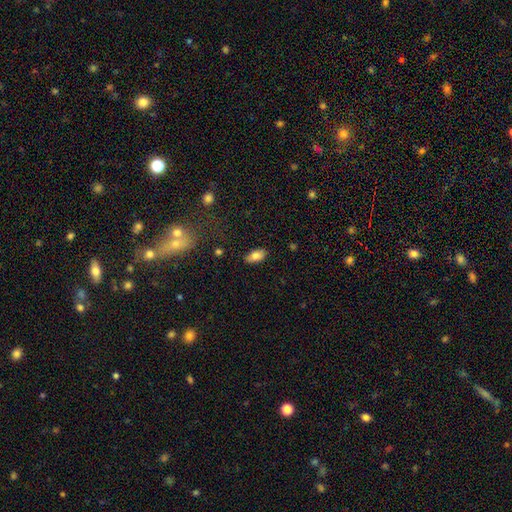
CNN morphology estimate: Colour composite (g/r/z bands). It shows a smooth galaxy with no disk features (80%) that is in between round and cigar-shaped (92%). Merging: none (86%).